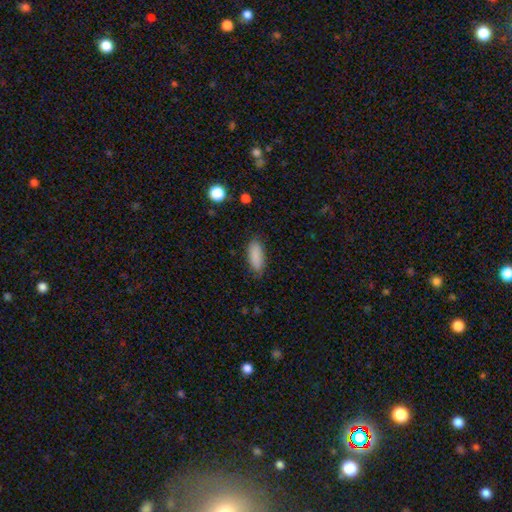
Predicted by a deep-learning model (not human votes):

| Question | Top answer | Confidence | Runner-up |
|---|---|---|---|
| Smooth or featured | smooth | 88% | star or artifact (7%) |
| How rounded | in between | 77% | cigar-shaped (21%) |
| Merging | none | 79% | minor disturbance (16%) |